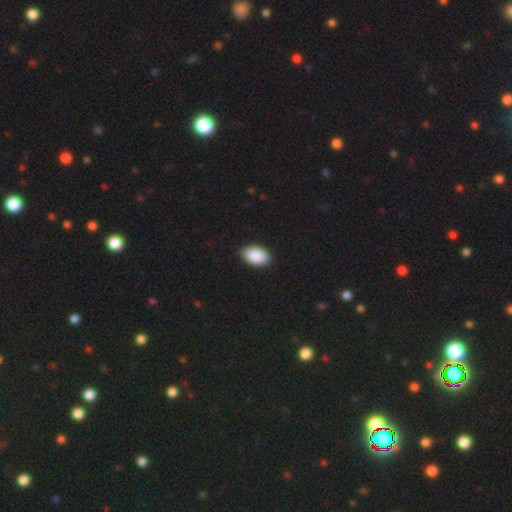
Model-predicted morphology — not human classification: Smooth or featured? Predicted: smooth (p=0.91). How rounded? Predicted: in between (p=0.94). Merging? Predicted: none (p=0.90).